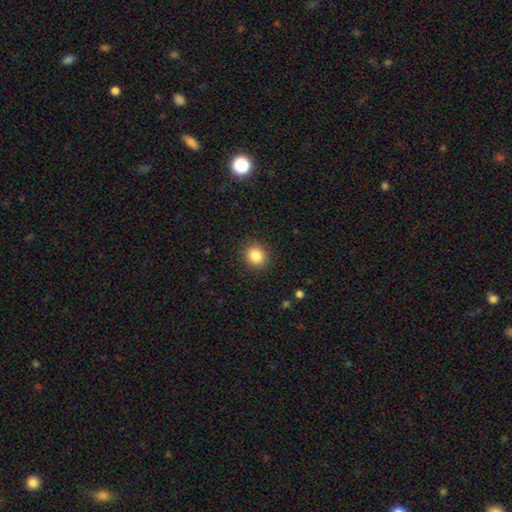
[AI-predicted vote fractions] Smooth or featured? smooth (85%)
How rounded? round (81%)
Merging? none (89%)